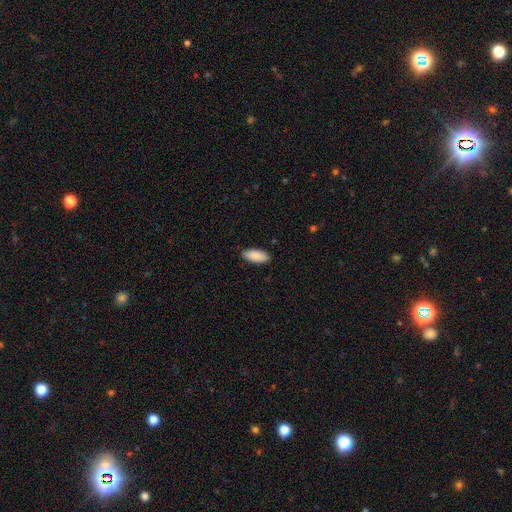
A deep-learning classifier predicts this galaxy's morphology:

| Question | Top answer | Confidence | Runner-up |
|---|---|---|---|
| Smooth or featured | smooth | 90% | star or artifact (6%) |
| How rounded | in between | 83% | cigar-shaped (15%) |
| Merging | none | 88% | minor disturbance (9%) |